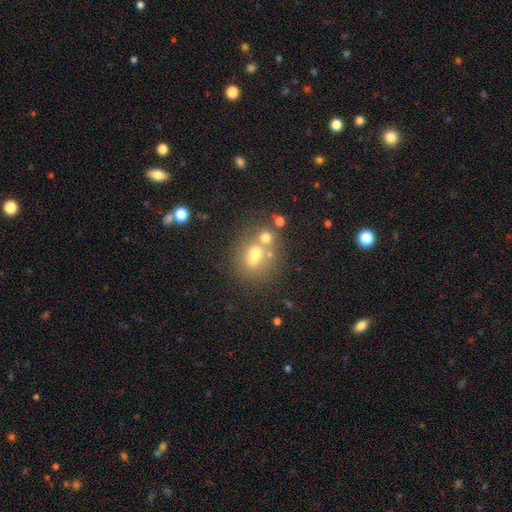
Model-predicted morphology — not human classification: Smooth or featured?
  - smooth: 55% *
  - star or artifact: 25%
  - featured or disk: 20%
How rounded?
  - round: 56% *
  - in between: 41%
  - cigar-shaped: 2%
Merging?
  - none: 53% *
  - merger: 32%
  - minor disturbance: 11%
  - major disturbance: 5%